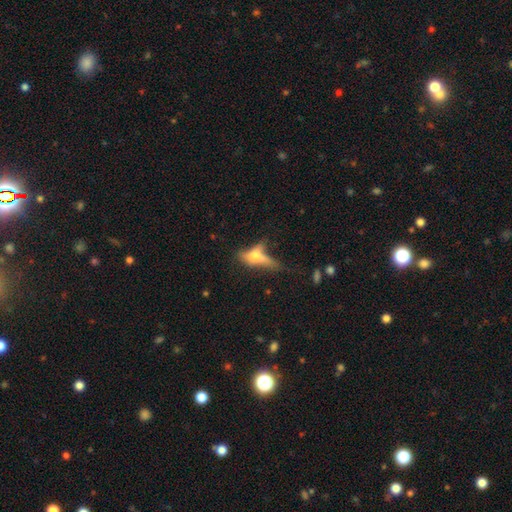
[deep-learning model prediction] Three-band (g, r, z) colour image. It shows a smooth galaxy with no disk features (53%) that is in between round and cigar-shaped (54%). Merging: none (32%).